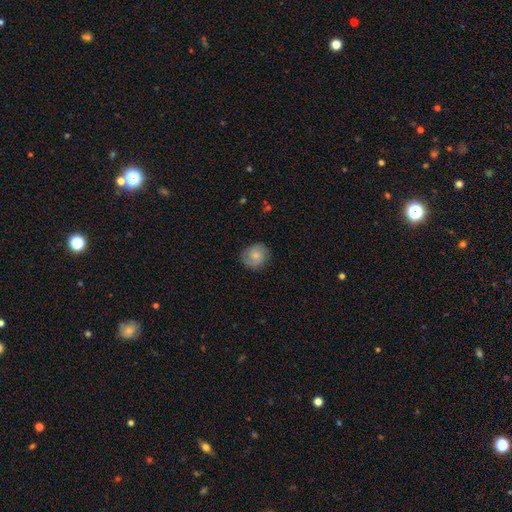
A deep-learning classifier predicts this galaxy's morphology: Overall: smooth (61%; featured or disk 31%). How rounded: round (78%). Merging: none (81%).